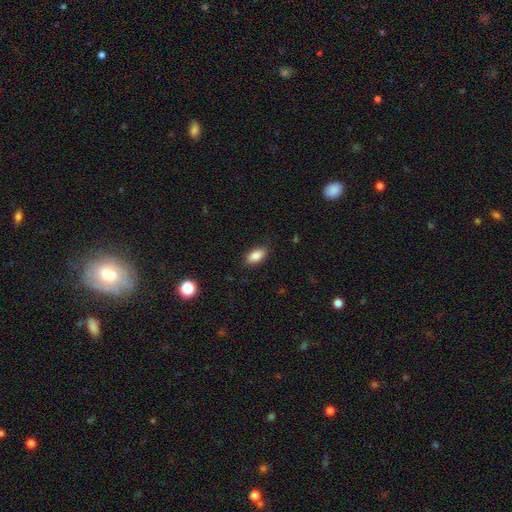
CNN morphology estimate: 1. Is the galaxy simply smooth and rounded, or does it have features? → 86% smooth, 8% star or artifact, 6% featured or disk.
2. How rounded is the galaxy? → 92% in between, 5% round, 4% cigar-shaped.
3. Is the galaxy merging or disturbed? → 87% none, 10% minor disturbance, 2% major disturbance, 1% merger.